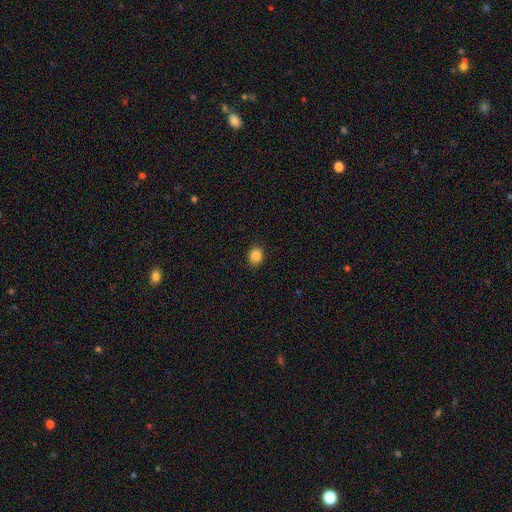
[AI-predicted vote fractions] Overall: smooth (85%). How rounded: round (64%; in between 36%). Merging: none (90%).